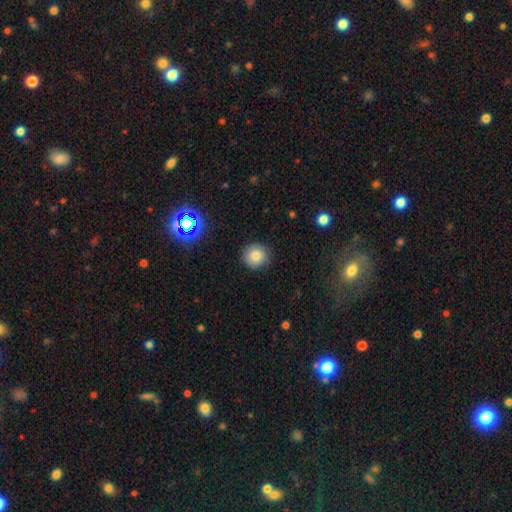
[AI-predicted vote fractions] A smooth galaxy with no disk features (79%) that is round (93%). Merging: none (87%).